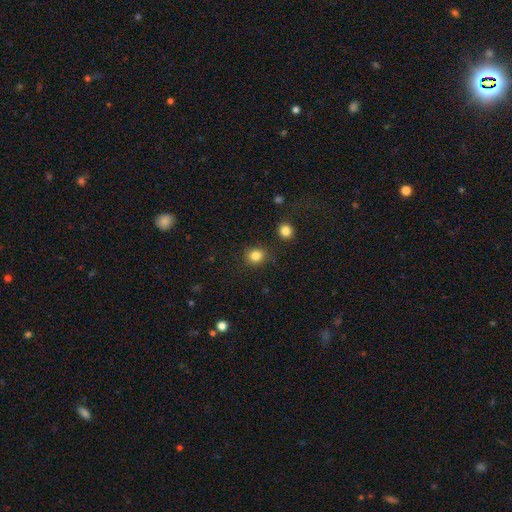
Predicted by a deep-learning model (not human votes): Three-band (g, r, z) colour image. It shows a smooth galaxy with no disk features (84%) that is round (82%). Merging: none (85%).